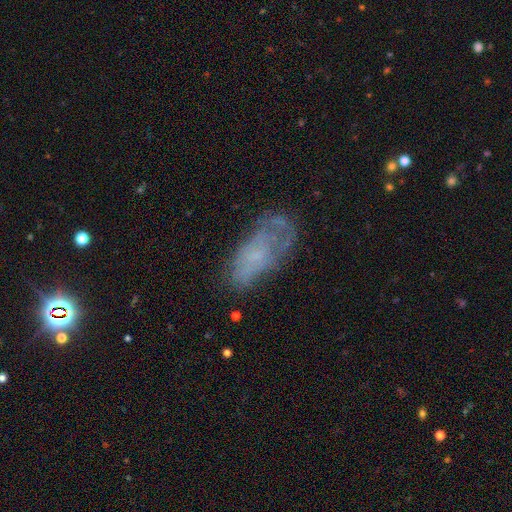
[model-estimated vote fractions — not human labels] Smooth or featured?
  - featured or disk: 48% *
  - smooth: 41%
  - star or artifact: 12%
Merging?
  - none: 50% *
  - minor disturbance: 26%
  - major disturbance: 20%
  - merger: 3%